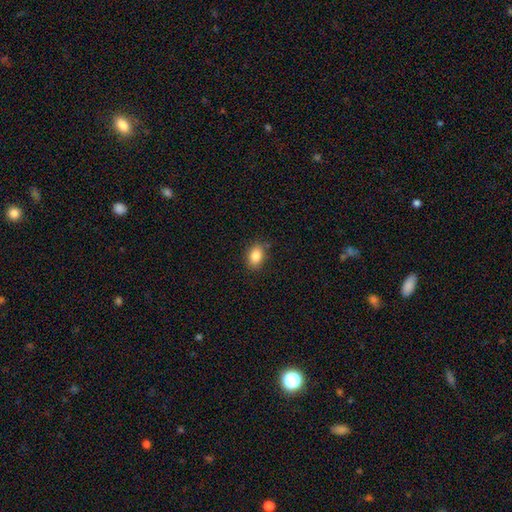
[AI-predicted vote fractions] Smooth or featured? Predicted: smooth (p=0.85). How rounded? Predicted: in between (p=0.79). Merging? Predicted: none (p=0.83).